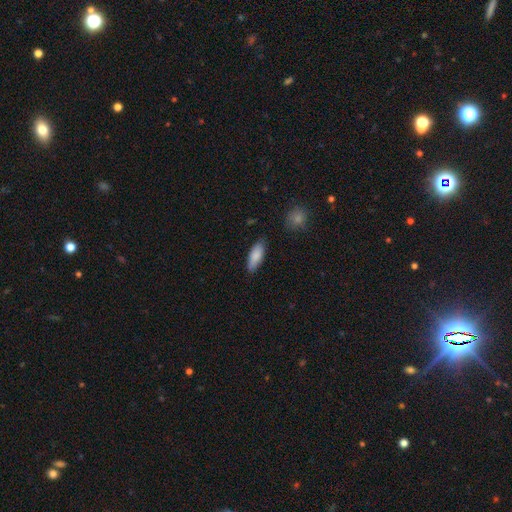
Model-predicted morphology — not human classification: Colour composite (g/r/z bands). It shows a smooth galaxy with no disk features (85%) that is in between round and cigar-shaped (74%). Merging: none (80%).